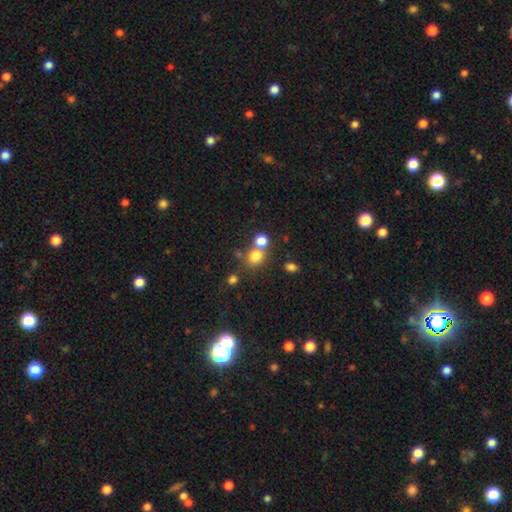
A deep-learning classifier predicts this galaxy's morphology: Smooth or featured?
  - smooth: 76% *
  - star or artifact: 16%
  - featured or disk: 8%
How rounded?
  - round: 81% *
  - in between: 18%
  - cigar-shaped: 1%
Merging?
  - none: 58% *
  - merger: 30%
  - minor disturbance: 8%
  - major disturbance: 4%